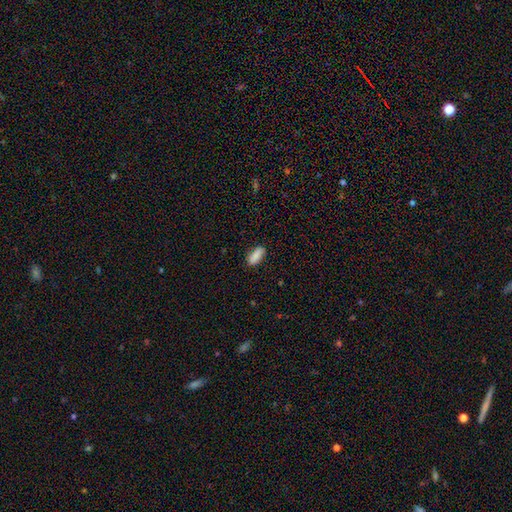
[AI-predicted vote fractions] smooth_or_featured: smooth (p=0.88) [alt: star or artifact p=0.07]
how_rounded: in between (p=0.82) [alt: cigar-shaped p=0.16]
merging: none (p=0.85) [alt: minor disturbance p=0.12]